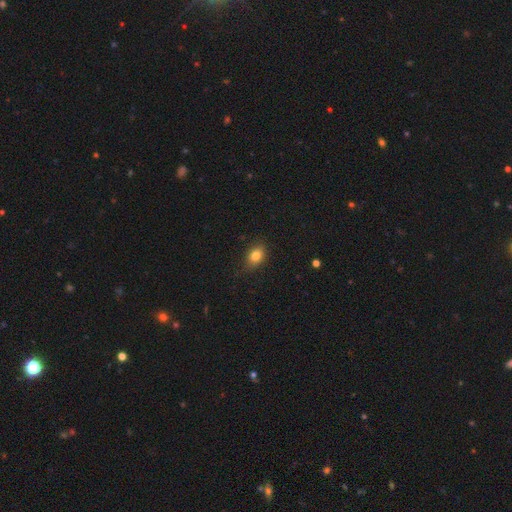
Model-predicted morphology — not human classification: Smooth or featured? Predicted: smooth (p=0.80). How rounded? Predicted: in between (p=0.71). Merging? Predicted: none (p=0.81).